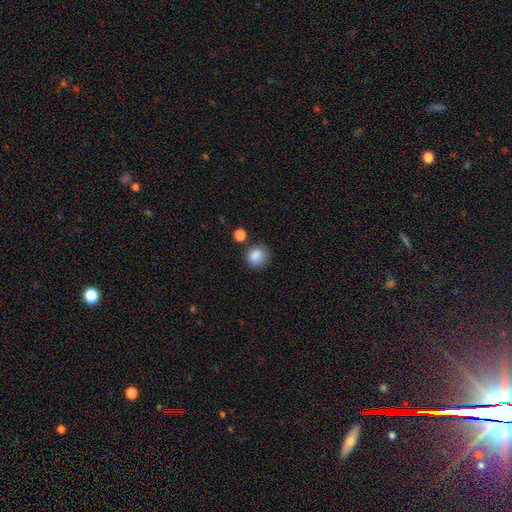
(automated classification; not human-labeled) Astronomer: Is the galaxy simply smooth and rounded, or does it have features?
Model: smooth — 86%.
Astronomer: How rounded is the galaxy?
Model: round — 81%.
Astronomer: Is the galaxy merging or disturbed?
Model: none — 76%.